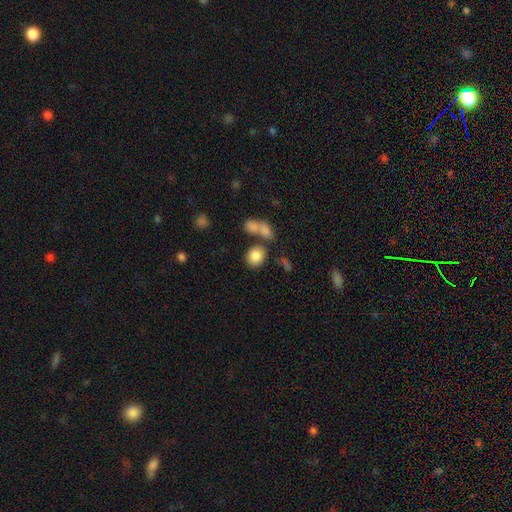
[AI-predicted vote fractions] smooth 84%, star or artifact 9%, featured or disk 7%. Down the decision tree: how rounded — round (60%); merging — none (62%).